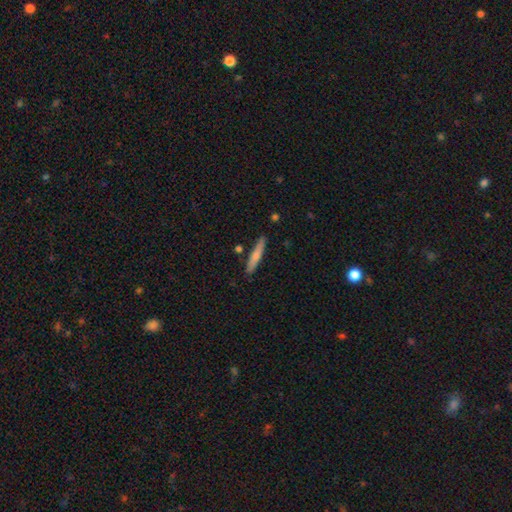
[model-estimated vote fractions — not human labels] Smooth or featured? Predicted: smooth (p=0.69). How rounded? Predicted: cigar-shaped (p=0.92). Merging? Predicted: none (p=0.86).